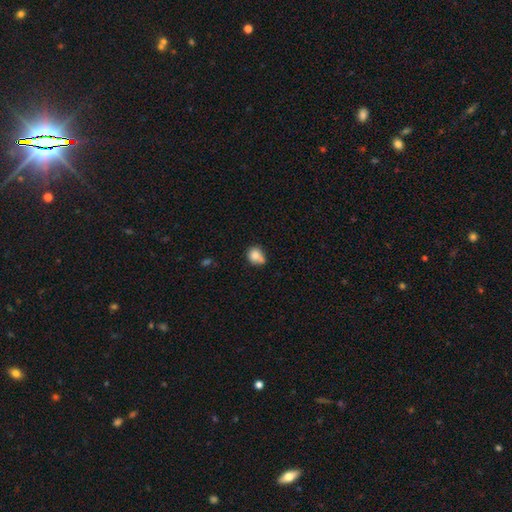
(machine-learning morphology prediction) smooth 81%, star or artifact 10%, featured or disk 10%. Down the decision tree: how rounded — round (67%); merging — none (42%).